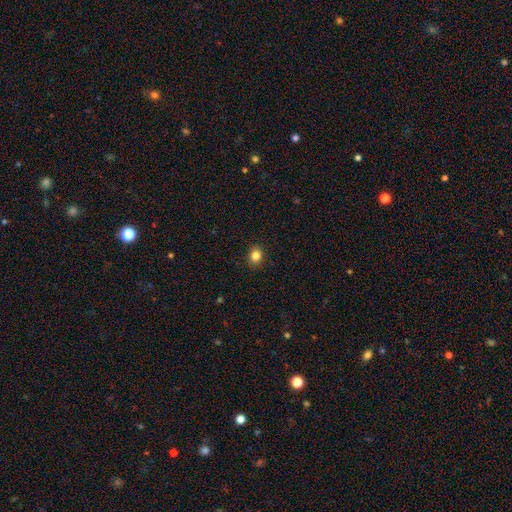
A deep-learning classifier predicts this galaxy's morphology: A smooth galaxy with no disk features (84%) that is round (62%). Merging: none (90%).